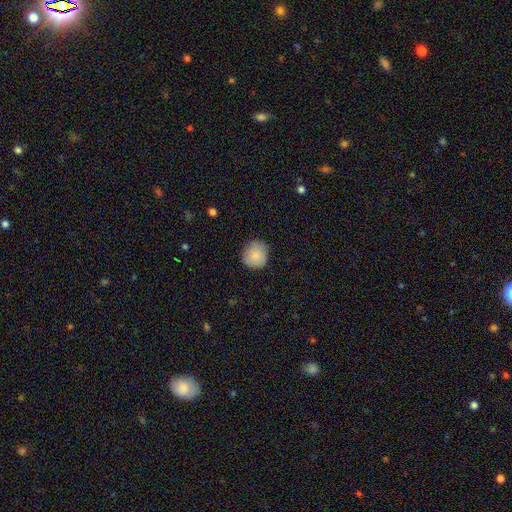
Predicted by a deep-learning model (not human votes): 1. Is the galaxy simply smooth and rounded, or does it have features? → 84% smooth, 8% featured or disk, 7% star or artifact.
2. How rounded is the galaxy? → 87% round, 12% in between, 1% cigar-shaped.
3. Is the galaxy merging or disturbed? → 81% none, 15% minor disturbance, 3% major disturbance, 1% merger.